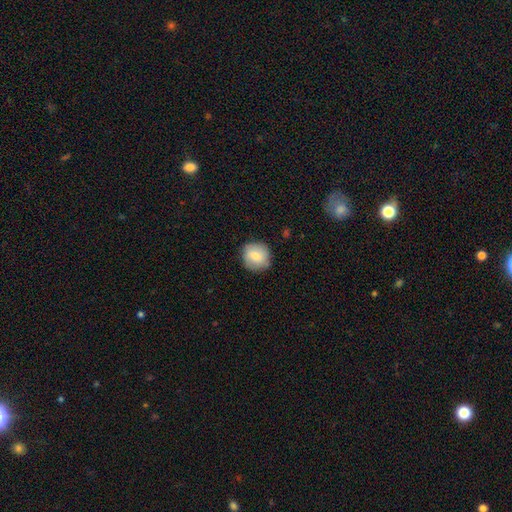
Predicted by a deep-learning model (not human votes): smooth_or_featured: smooth (p=0.78) [alt: featured or disk p=0.15]
how_rounded: round (p=0.91) [alt: in between p=0.08]
merging: none (p=0.84) [alt: minor disturbance p=0.12]